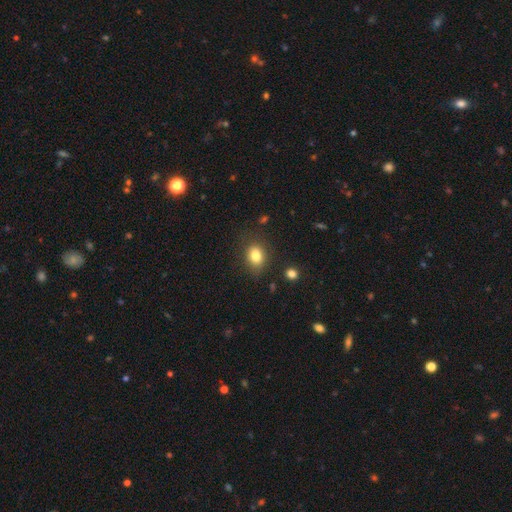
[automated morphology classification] Smooth or featured?
  - smooth: 83% *
  - star or artifact: 10%
  - featured or disk: 7%
How rounded?
  - in between: 62% *
  - round: 37%
  - cigar-shaped: 1%
Merging?
  - none: 80% *
  - minor disturbance: 14%
  - major disturbance: 4%
  - merger: 2%